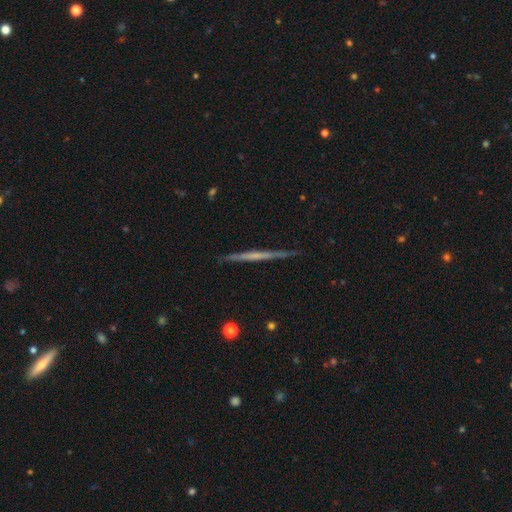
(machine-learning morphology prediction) Overall: featured or disk (62%; smooth 32%). Edge-on disk: yes (98%). Edge-on bulge: none (82%). Merging: none (90%).